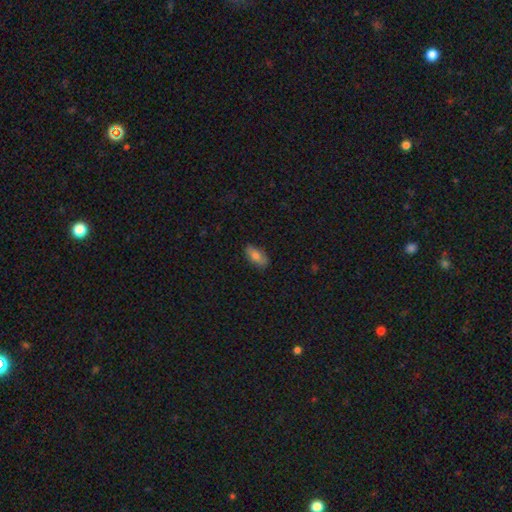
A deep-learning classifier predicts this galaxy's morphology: smooth_or_featured: smooth (p=0.77) [alt: featured or disk p=0.15]
how_rounded: in between (p=0.86) [alt: cigar-shaped p=0.10]
merging: none (p=0.84) [alt: minor disturbance p=0.13]